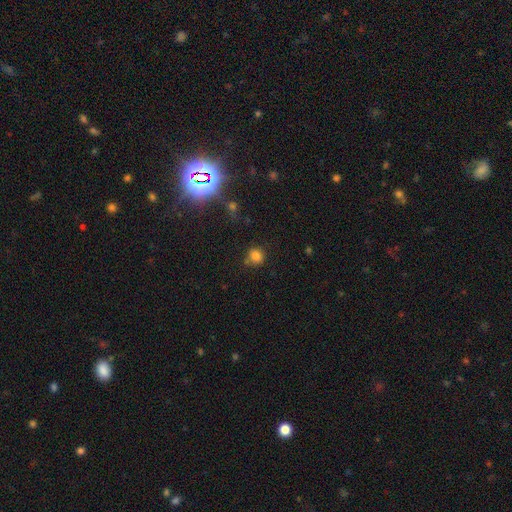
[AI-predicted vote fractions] Smooth or featured: smooth — 79% (star or artifact — 15%)
How rounded: round — 81% (in between — 18%)
Merging: none — 70% (minor disturbance — 17%)